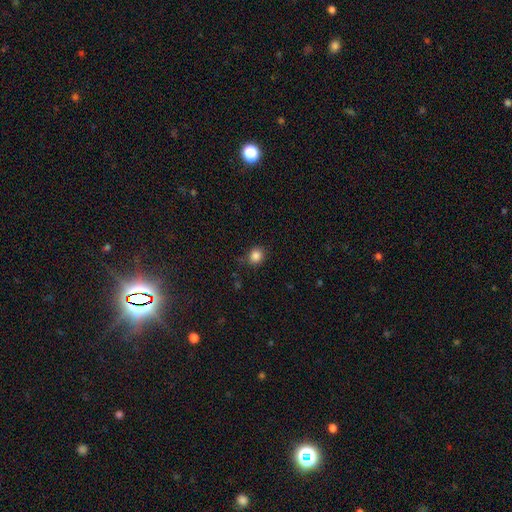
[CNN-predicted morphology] Smooth or featured: smooth — 85% (star or artifact — 11%)
How rounded: round — 77% (in between — 22%)
Merging: none — 81% (minor disturbance — 14%)